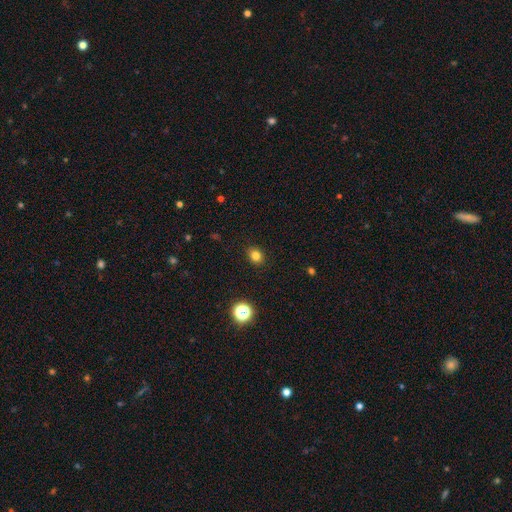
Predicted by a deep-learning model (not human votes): Smooth or featured? Predicted: smooth (p=0.80). How rounded? Predicted: round (p=0.56). Merging? Predicted: none (p=0.89).